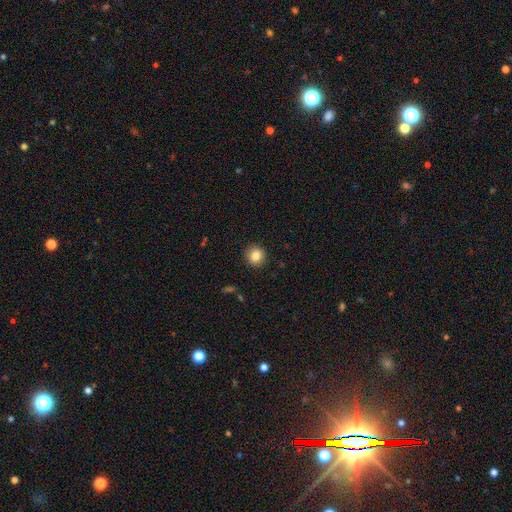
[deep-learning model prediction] Smooth or featured?
  - smooth: 85% *
  - star or artifact: 10%
  - featured or disk: 6%
How rounded?
  - round: 89% *
  - in between: 11%
  - cigar-shaped: 1%
Merging?
  - none: 91% *
  - minor disturbance: 6%
  - major disturbance: 2%
  - merger: 1%